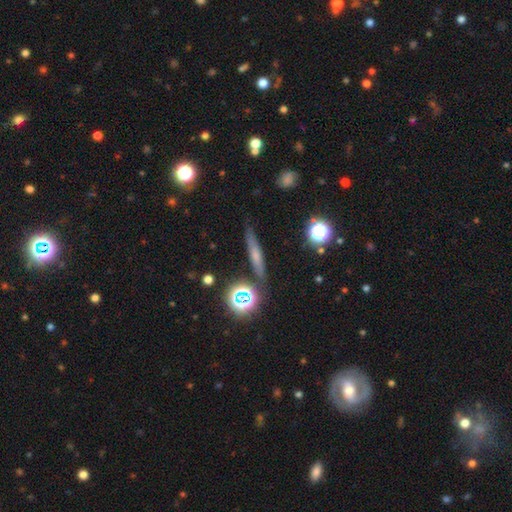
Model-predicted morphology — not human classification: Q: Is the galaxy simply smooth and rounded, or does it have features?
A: smooth — 53%.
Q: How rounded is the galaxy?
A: cigar-shaped — 83%.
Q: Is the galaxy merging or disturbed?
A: none — 83%.